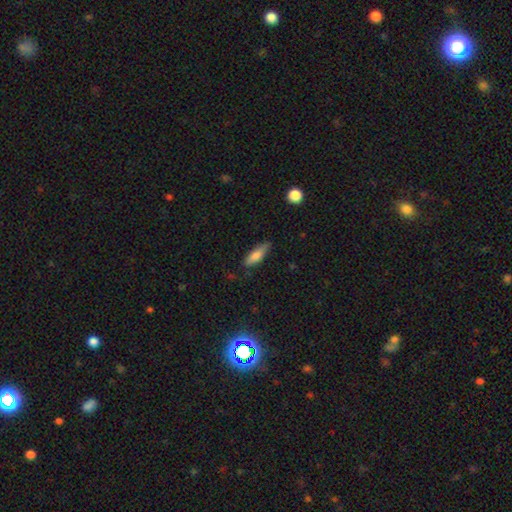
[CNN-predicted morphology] Overall: smooth (78%). How rounded: in between (51%; cigar-shaped 47%). Merging: none (70%).